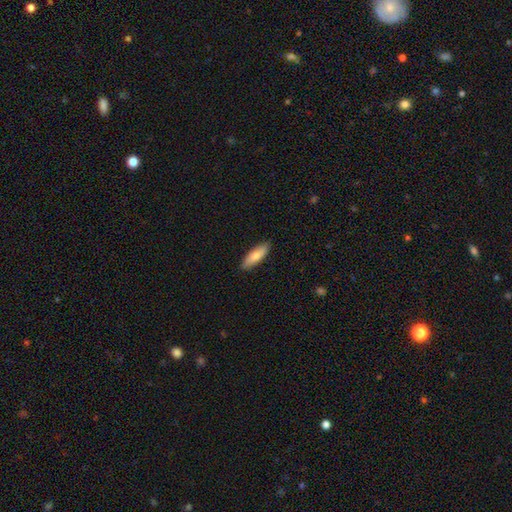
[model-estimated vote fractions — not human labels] smooth_or_featured: smooth (p=0.79) [alt: featured or disk p=0.16]
how_rounded: in between (p=0.52) [alt: cigar-shaped p=0.46]
merging: none (p=0.89) [alt: minor disturbance p=0.09]